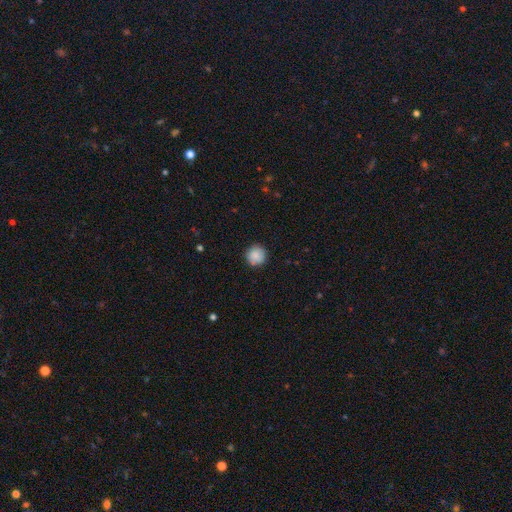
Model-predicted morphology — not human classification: Smooth or featured? Predicted: smooth (p=0.86). How rounded? Predicted: round (p=0.94). Merging? Predicted: none (p=0.87).